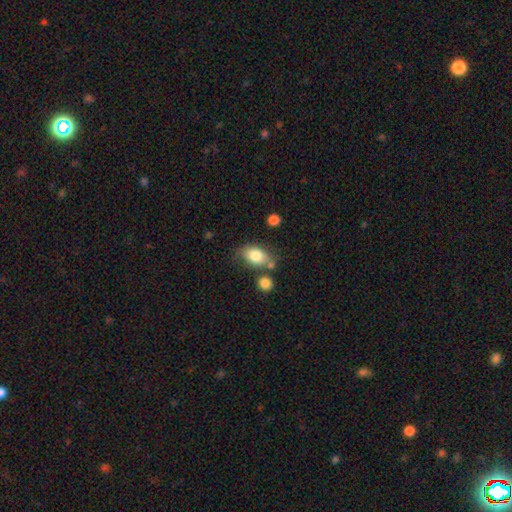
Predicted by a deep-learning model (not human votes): Smooth or featured: smooth — 80% (featured or disk — 12%)
How rounded: in between — 82% (round — 15%)
Merging: none — 62% (minor disturbance — 18%)